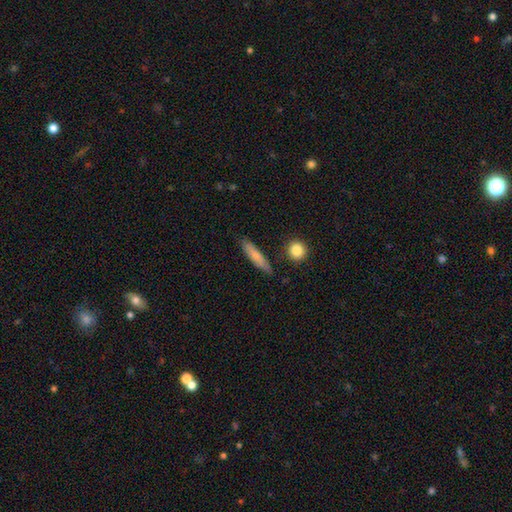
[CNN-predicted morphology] A smooth galaxy with no disk features (75%) that is cigar-shaped (81%). Merging: none (82%).